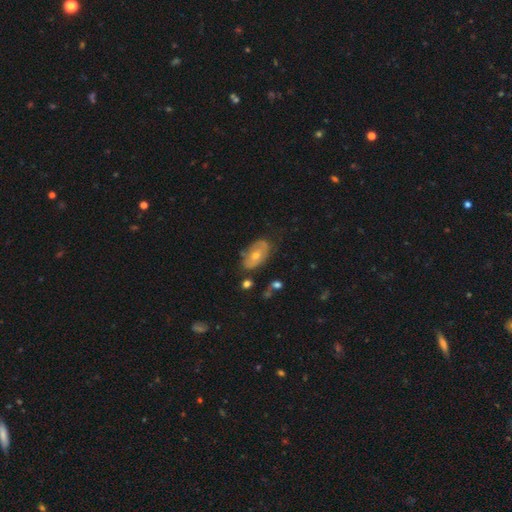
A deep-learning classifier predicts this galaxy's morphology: Q: Smooth or featured?
A: featured or disk (52%); runner-up: smooth (38%)
Q: Edge-on disk?
A: no (90%); runner-up: yes (10%)
Q: Merging?
A: none (69%); runner-up: minor disturbance (21%)